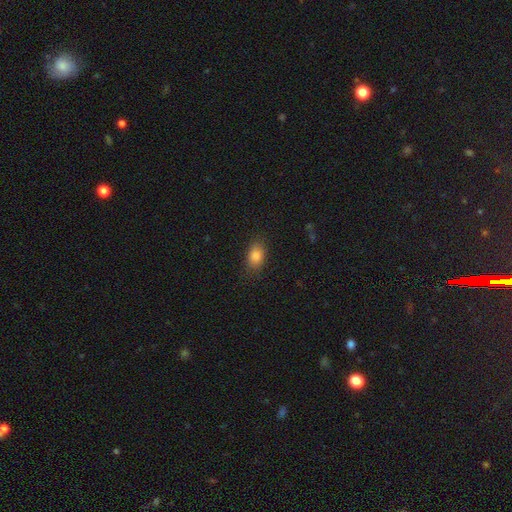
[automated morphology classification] smooth_or_featured: smooth (p=0.85) [alt: star or artifact p=0.09]
how_rounded: in between (p=0.84) [alt: round p=0.13]
merging: none (p=0.83) [alt: minor disturbance p=0.13]